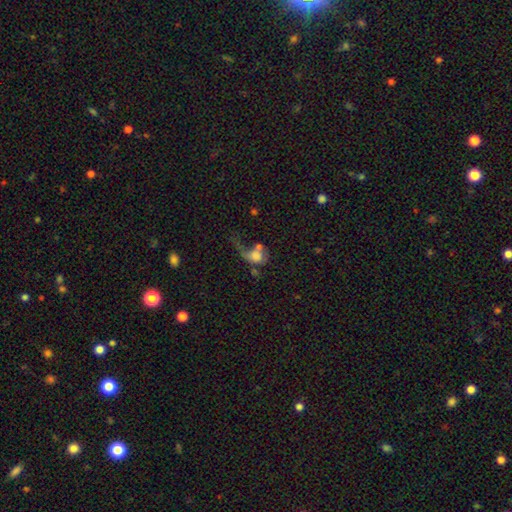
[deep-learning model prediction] Overall: smooth (57%; featured or disk 32%). How rounded: in between (49%; round 48%). Merging: major disturbance (48%; merger 25%).